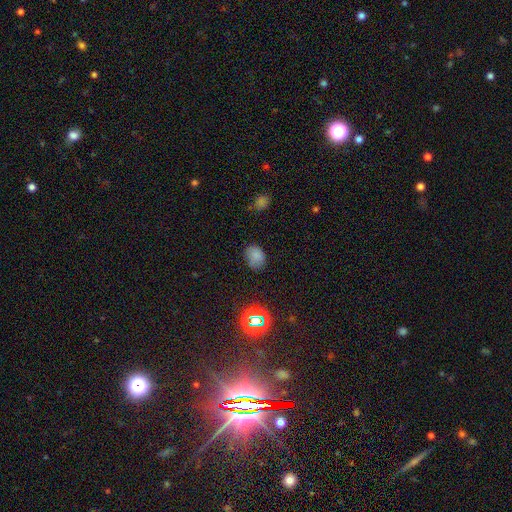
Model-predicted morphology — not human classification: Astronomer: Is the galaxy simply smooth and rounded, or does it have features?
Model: smooth — 74%.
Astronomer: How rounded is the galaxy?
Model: in between — 65%.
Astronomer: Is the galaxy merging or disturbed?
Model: none — 70%.